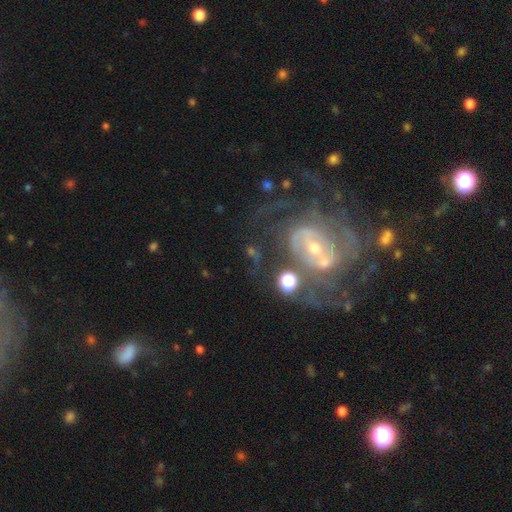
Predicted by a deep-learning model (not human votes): Smooth or featured?
  - featured or disk: 81% *
  - star or artifact: 10%
  - smooth: 8%
Edge-on disk?
  - no: 97% *
  - yes: 3%
Bar?
  - no: 49% *
  - weak: 36%
  - strong: 15%
Spiral arms?
  - yes: 88% *
  - no: 12%
Spiral winding?
  - tight: 52% *
  - medium: 35%
  - loose: 13%
Spiral arm count?
  - can't tell: 35% *
  - 2: 31%
  - 3: 13%
  - 4: 8%
  - more than 4: 7%
  - 1: 7%
Bulge size?
  - small: 69% *
  - moderate: 22%
  - none: 4%
  - large: 3%
  - dominant: 1%
Merging?
  - none: 55% *
  - major disturbance: 16%
  - minor disturbance: 16%
  - merger: 14%